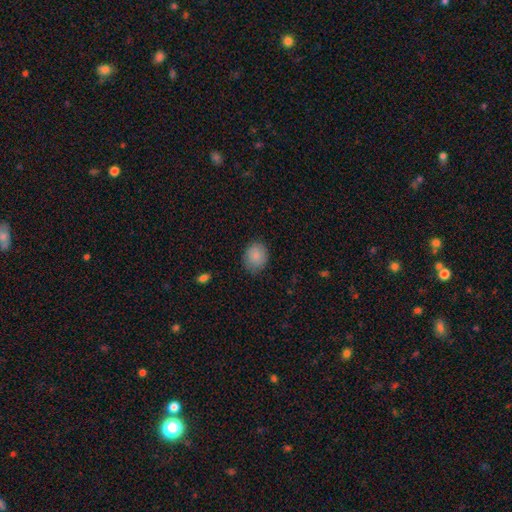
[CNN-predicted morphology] This is clearly a smooth galaxy (87%). How rounded: possibly round (54%). Merging: likely none (80%).